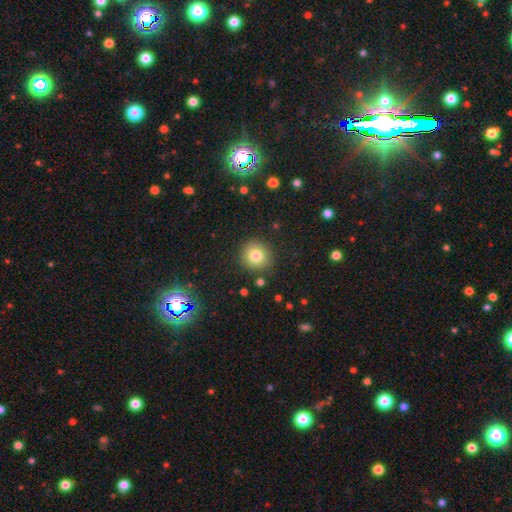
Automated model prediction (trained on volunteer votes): Smooth or featured? smooth (79%)
How rounded? round (93%)
Merging? none (88%)